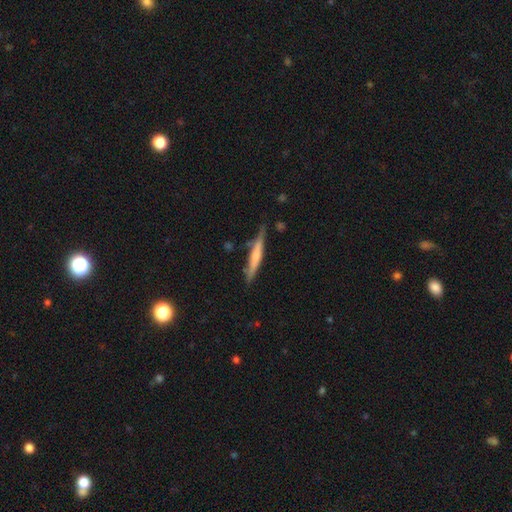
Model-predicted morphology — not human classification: type=smooth (48%); merging=none (78%).